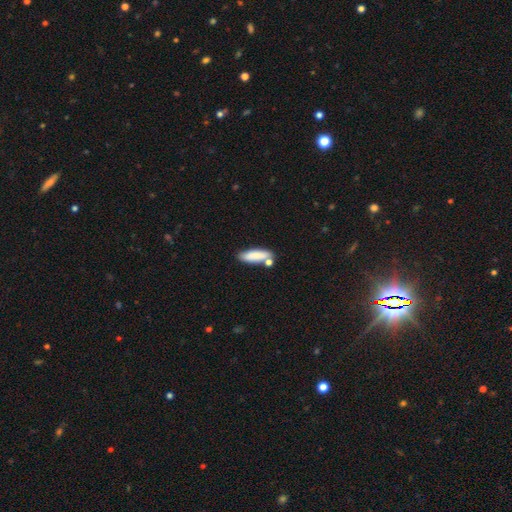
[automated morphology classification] Overall: smooth (83%). How rounded: cigar-shaped (49%, tied with in between). Merging: none (65%).